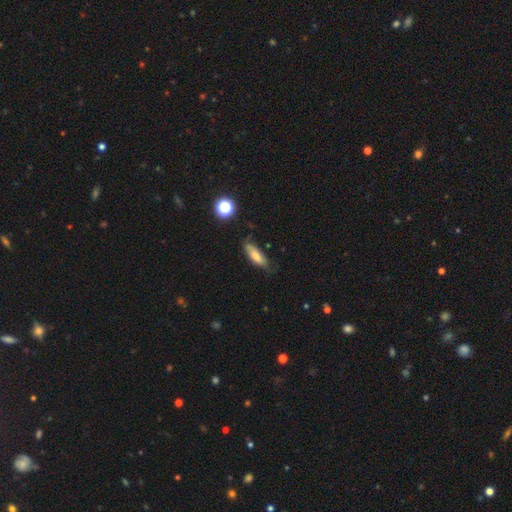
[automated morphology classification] Overall: smooth (67%). How rounded: in between (59%; cigar-shaped 38%). Merging: none (61%; minor disturbance 28%).